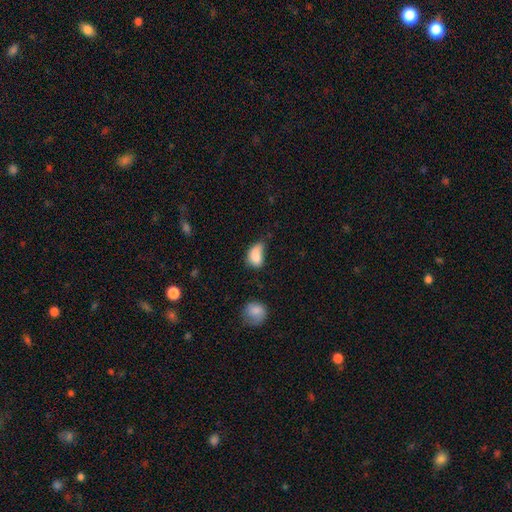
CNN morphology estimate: smooth-or-featured: smooth: 79% | featured or disk: 11% | star or artifact: 9%
  how-rounded: in between: 85% | round: 13% | cigar-shaped: 3%
  merging: minor disturbance: 35% | none: 28% | major disturbance: 22% | merger: 15%